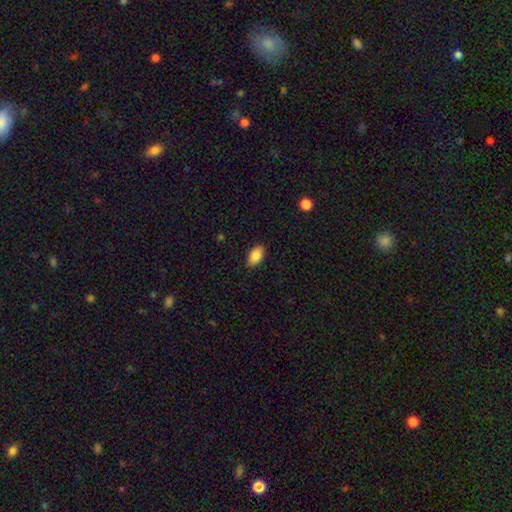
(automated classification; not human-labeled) smooth_or_featured: smooth (p=0.85) [alt: featured or disk p=0.08]
how_rounded: in between (p=0.93) [alt: round p=0.06]
merging: none (p=0.87) [alt: minor disturbance p=0.10]